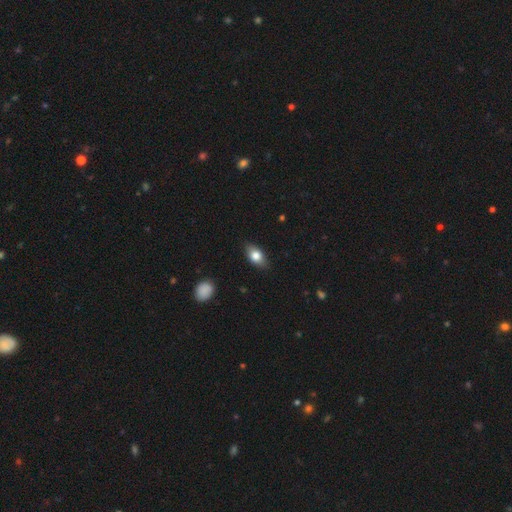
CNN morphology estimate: Smooth or featured? smooth (77%)
How rounded? in between (86%)
Merging? none (83%)